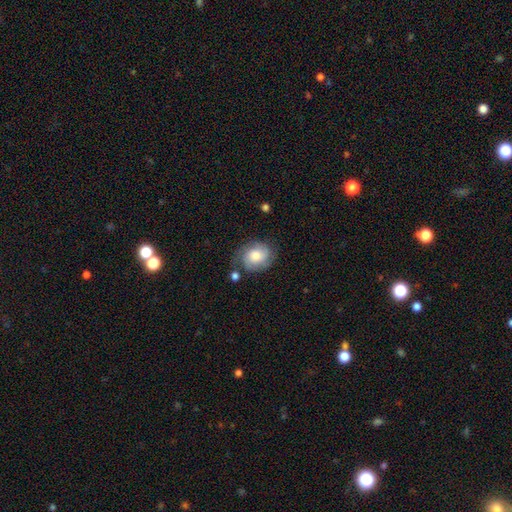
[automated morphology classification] This appears to be a smooth galaxy with no disk features (46%, tied with featured or disk). Merging: none (65%).